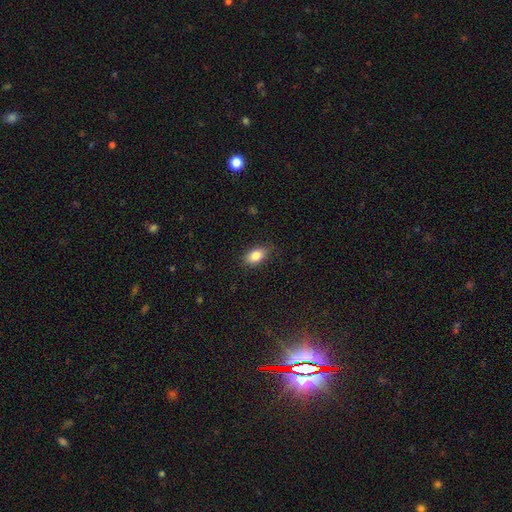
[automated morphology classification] Smooth or featured: smooth — 85% (star or artifact — 8%)
How rounded: in between — 89% (round — 9%)
Merging: none — 85% (minor disturbance — 12%)